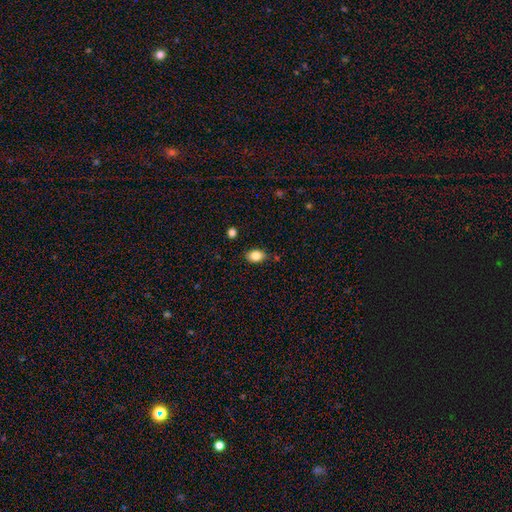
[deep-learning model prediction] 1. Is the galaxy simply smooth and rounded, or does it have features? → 85% smooth, 9% star or artifact, 6% featured or disk.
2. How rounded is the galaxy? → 84% in between, 15% round, 1% cigar-shaped.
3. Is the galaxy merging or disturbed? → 83% none, 12% minor disturbance, 3% merger, 2% major disturbance.